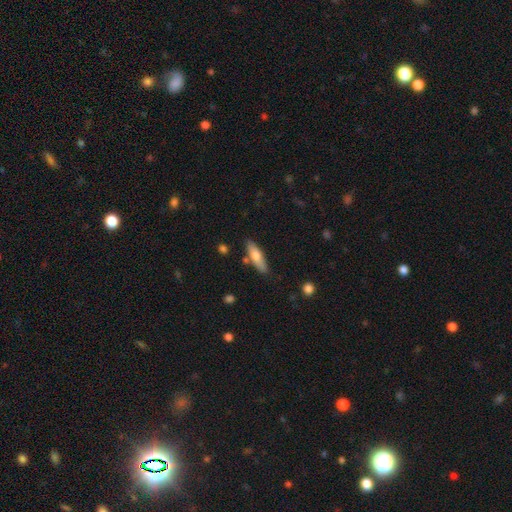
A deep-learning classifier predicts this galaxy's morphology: smooth 63%, featured or disk 31%, star or artifact 6%. Down the decision tree: how rounded — cigar-shaped (60%); merging — none (79%).